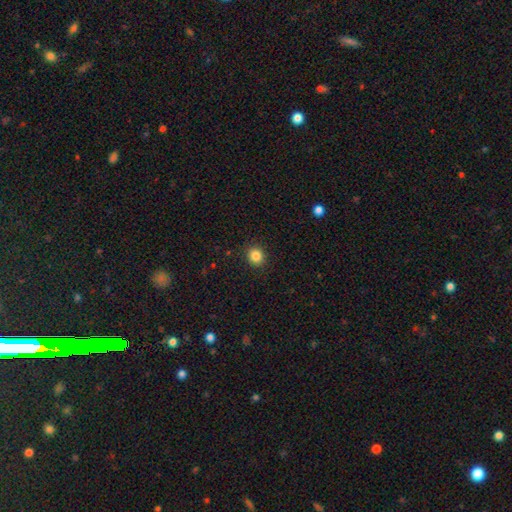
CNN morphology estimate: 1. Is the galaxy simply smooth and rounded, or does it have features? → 85% smooth, 11% star or artifact, 4% featured or disk.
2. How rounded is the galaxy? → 82% round, 17% in between, 1% cigar-shaped.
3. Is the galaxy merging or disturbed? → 91% none, 6% minor disturbance, 2% major disturbance, 1% merger.